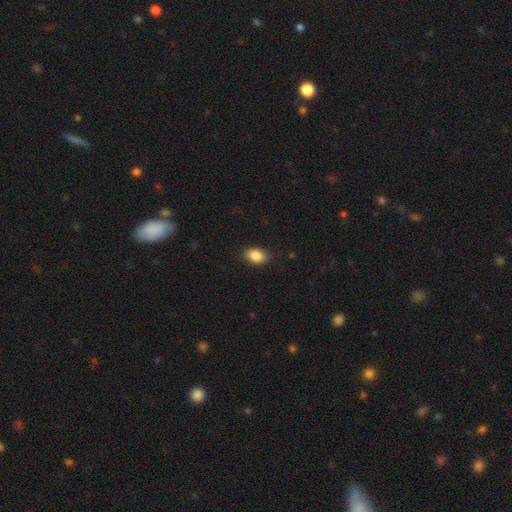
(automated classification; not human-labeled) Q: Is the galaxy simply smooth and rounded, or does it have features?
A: smooth — 87%.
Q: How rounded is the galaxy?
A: in between — 82%.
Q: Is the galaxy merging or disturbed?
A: none — 86%.